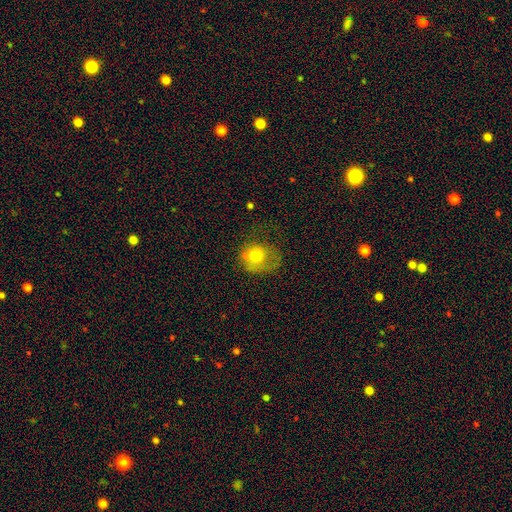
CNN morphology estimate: The model was most divided on "merging": none: 38%, major disturbance: 28%, minor disturbance: 25%, merger: 9%. More confident: how rounded — round (73%); smooth or featured — smooth (68%).